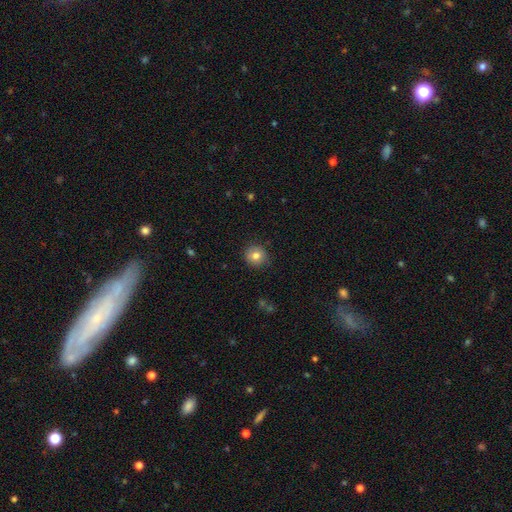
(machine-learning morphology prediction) Smooth or featured? Predicted: smooth (p=0.79). How rounded? Predicted: round (p=0.91). Merging? Predicted: none (p=0.88).